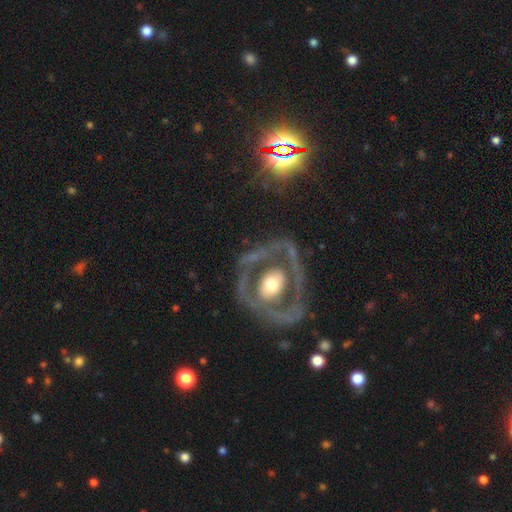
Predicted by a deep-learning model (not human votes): smooth_or_featured: featured or disk (p=0.77) [alt: smooth p=0.15]
disk_edge_on: no (p=0.94) [alt: yes p=0.06]
bar: no (p=0.65) [alt: weak p=0.20]
has_spiral_arms: no (p=0.64) [alt: yes p=0.36]
bulge_size: moderate (p=0.58) [alt: large p=0.26]
merging: none (p=0.71) [alt: minor disturbance p=0.14]